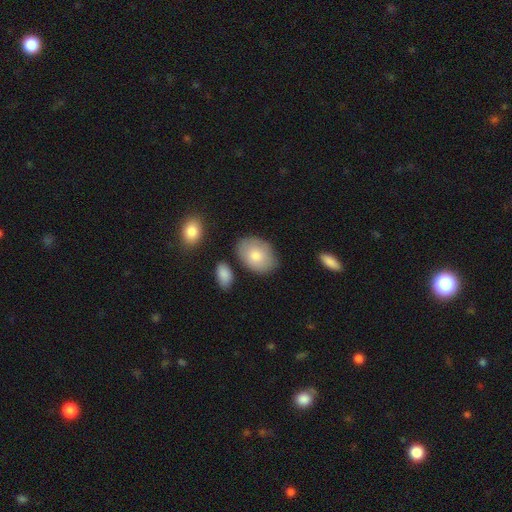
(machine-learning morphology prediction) smooth 78%, featured or disk 16%, star or artifact 6%. Down the decision tree: how rounded — in between (82%); merging — none (75%).